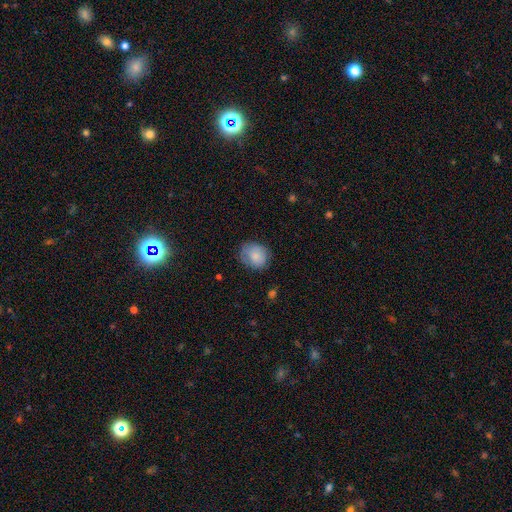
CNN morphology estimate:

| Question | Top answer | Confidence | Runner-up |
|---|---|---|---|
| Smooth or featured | smooth | 80% | featured or disk (12%) |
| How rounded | round | 66% | in between (33%) |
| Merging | none | 69% | minor disturbance (24%) |